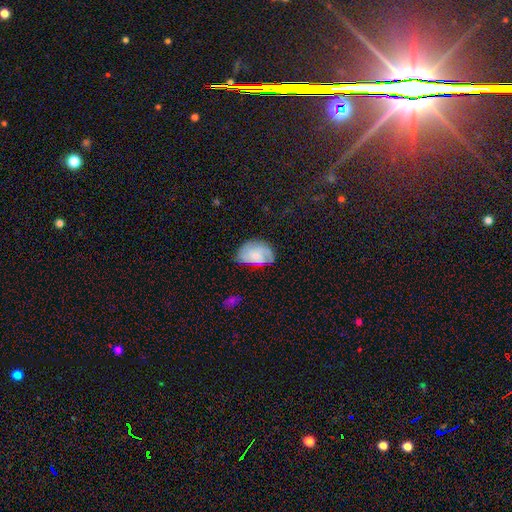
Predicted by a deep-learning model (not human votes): Smooth or featured?
  - smooth: 51% *
  - featured or disk: 41%
  - star or artifact: 8%
How rounded?
  - in between: 86% *
  - round: 13%
  - cigar-shaped: 1%
Merging?
  - none: 55% *
  - minor disturbance: 31%
  - major disturbance: 11%
  - merger: 3%